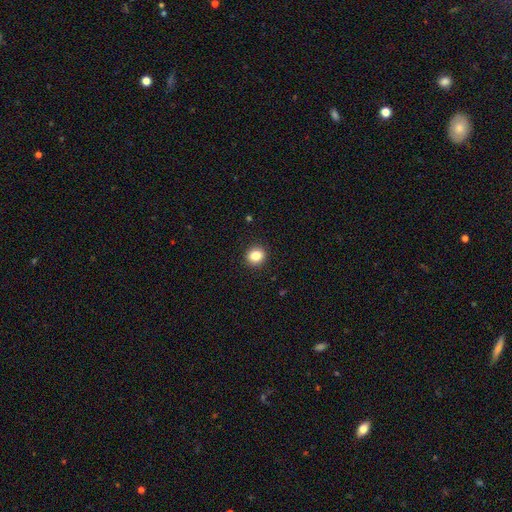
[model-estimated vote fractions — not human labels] Q: Smooth or featured?
A: smooth (85%); runner-up: star or artifact (10%)
Q: How rounded?
A: round (84%); runner-up: in between (15%)
Q: Merging?
A: none (92%); runner-up: minor disturbance (5%)